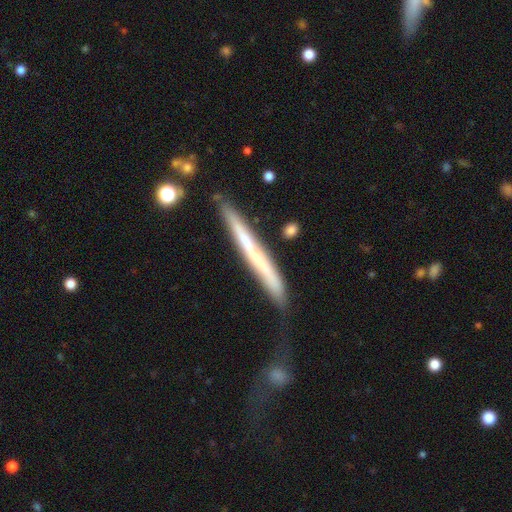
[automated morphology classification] A featured or disk galaxy (57%) viewed edge-on (91%) with no central bulge (78%).

Vote fractions:
- Smooth or featured? featured or disk: 57% / smooth: 36% / star or artifact: 6%
- Edge-on disk? yes: 91% / no: 9%
- Edge-on bulge? none: 78% / rounded: 17% / boxy: 6%
- Merging? none: 61% / minor disturbance: 22% / merger: 9% / major disturbance: 7%